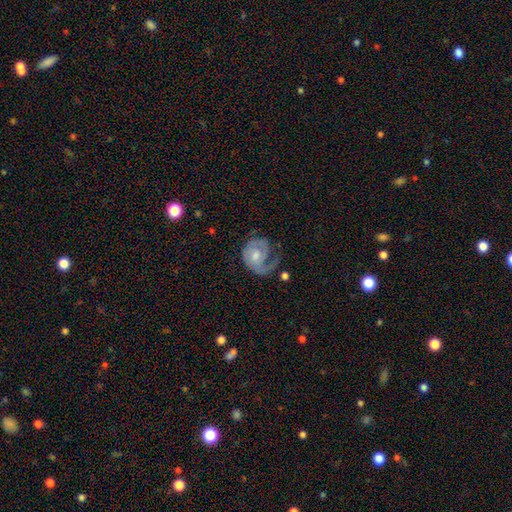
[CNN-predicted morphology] Q: Smooth or featured?
A: featured or disk (73%); runner-up: smooth (21%)
Q: Edge-on disk?
A: no (97%); runner-up: yes (3%)
Q: Bar?
A: no (65%); runner-up: weak (30%)
Q: Spiral arms?
A: yes (90%); runner-up: no (10%)
Q: Spiral winding?
A: tight (44%); runner-up: medium (34%)
Q: Spiral arm count?
A: 1 (60%); runner-up: 2 (23%)
Q: Bulge size?
A: moderate (56%); runner-up: small (30%)
Q: Merging?
A: none (40%); runner-up: major disturbance (34%)